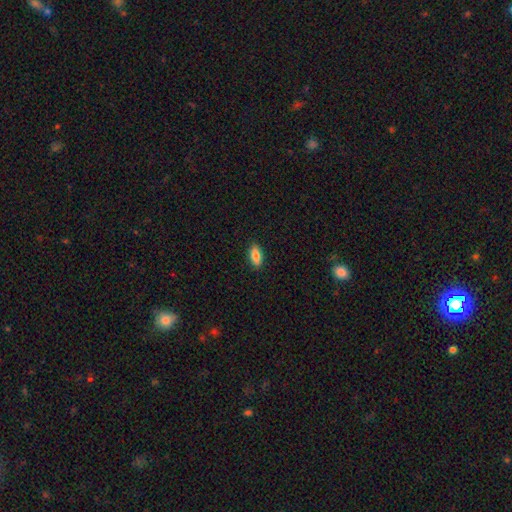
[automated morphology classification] This appears to be a smooth galaxy with no disk features (82%) that is in between round and cigar-shaped (85%). Merging: none (89%).